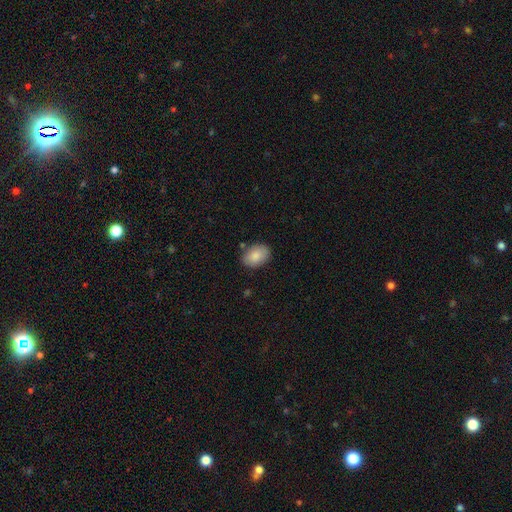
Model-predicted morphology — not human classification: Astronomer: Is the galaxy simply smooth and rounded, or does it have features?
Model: smooth — 86%.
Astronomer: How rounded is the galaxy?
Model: in between — 82%.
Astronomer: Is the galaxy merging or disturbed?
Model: none — 80%.